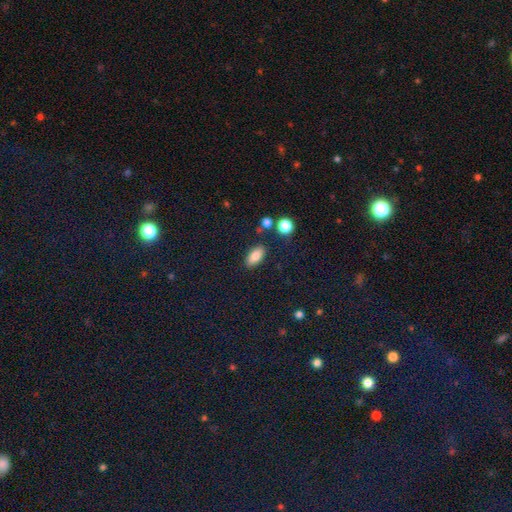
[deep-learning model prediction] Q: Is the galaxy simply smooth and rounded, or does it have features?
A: smooth — 80%.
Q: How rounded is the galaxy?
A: in between — 88%.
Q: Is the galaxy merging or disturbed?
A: none — 84%.